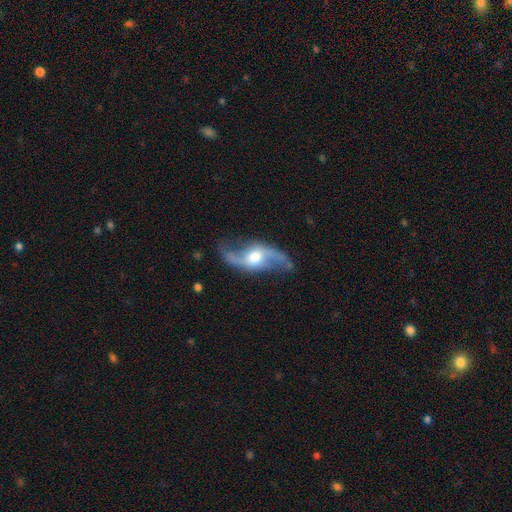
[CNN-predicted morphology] A featured or disk galaxy (87%) with no bar (47%), 2 (94%) loose (79%) spiral arms (95%) and a moderate central bulge (62%). Merging: none (76%).